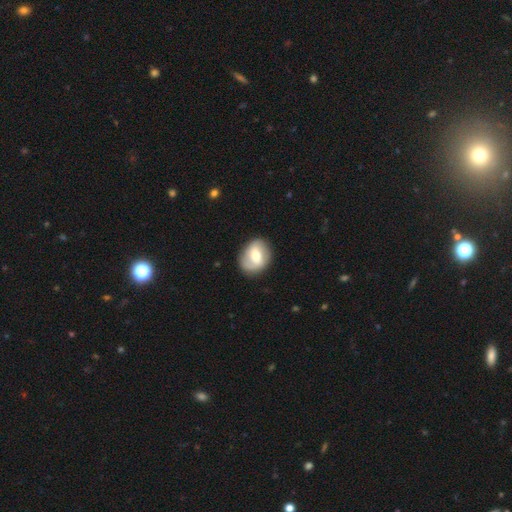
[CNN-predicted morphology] featured or disk 51%, smooth 42%, star or artifact 7%. Down the decision tree: edge-on disk — no (95%); merging — none (81%).